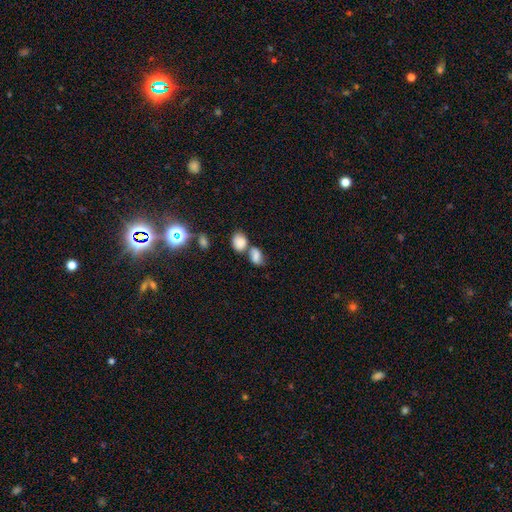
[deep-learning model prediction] A smooth galaxy with no disk features (75%) that is in between round and cigar-shaped (77%). Merging: merger (56%).